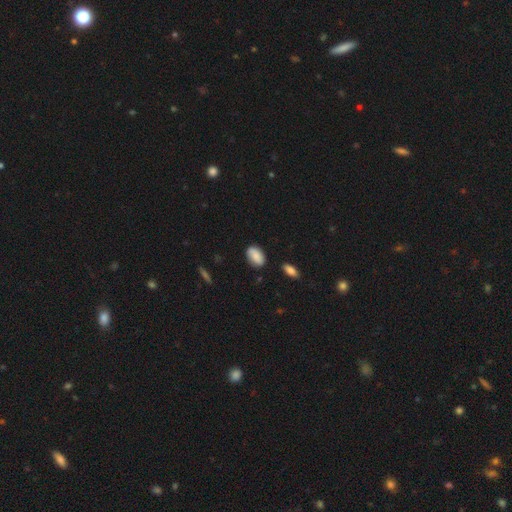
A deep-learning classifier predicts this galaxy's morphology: The model was most divided on "merging": none: 80%, minor disturbance: 14%, merger: 3%, major disturbance: 3%. More confident: how rounded — in between (91%); smooth or featured — smooth (82%).